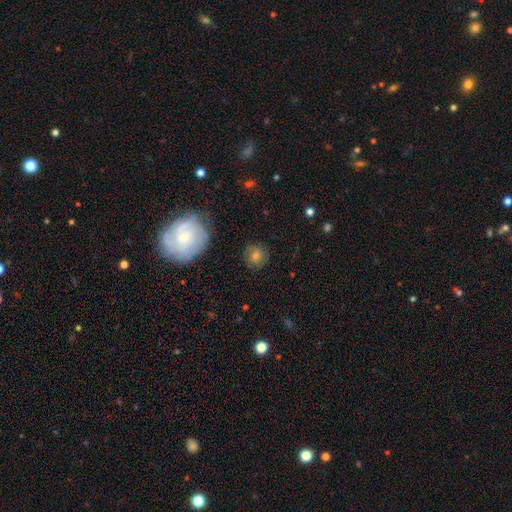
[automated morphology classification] smooth-or-featured: smooth: 45% | featured or disk: 41% | star or artifact: 14%
  merging: none: 81% | minor disturbance: 12% | major disturbance: 5% | merger: 2%